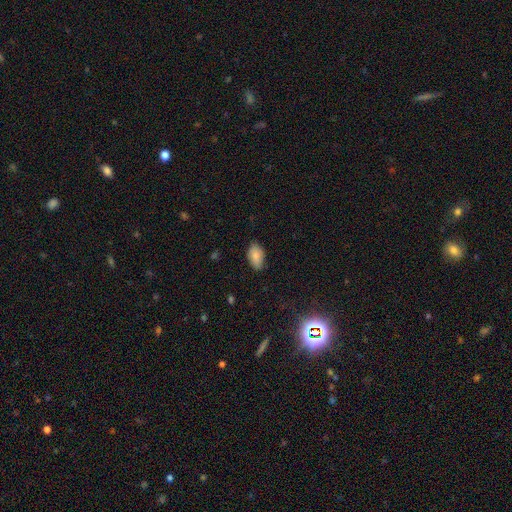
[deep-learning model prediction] A smooth galaxy with no disk features (84%) that is in between round and cigar-shaped (93%). Merging: none (80%).